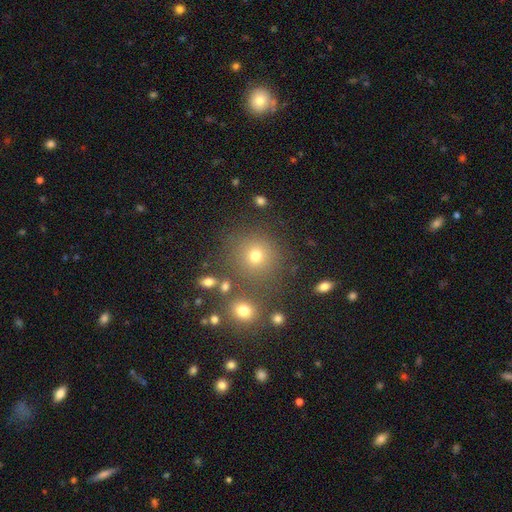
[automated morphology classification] Smooth or featured? Predicted: smooth (p=0.69). How rounded? Predicted: round (p=0.90). Merging? Predicted: none (p=0.79).